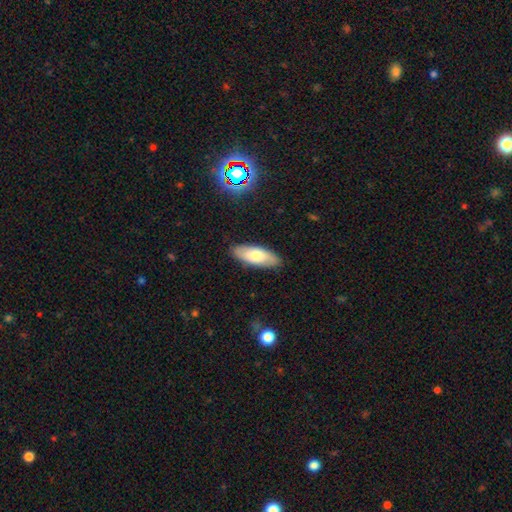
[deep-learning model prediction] Smooth or featured? smooth (72%)
How rounded? in between (75%)
Merging? none (87%)